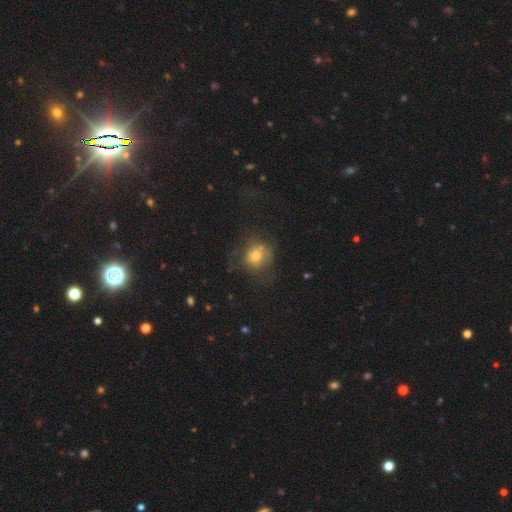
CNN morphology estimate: Overall: smooth (62%; featured or disk 23%). How rounded: round (73%). Merging: none (50%; minor disturbance 23%).